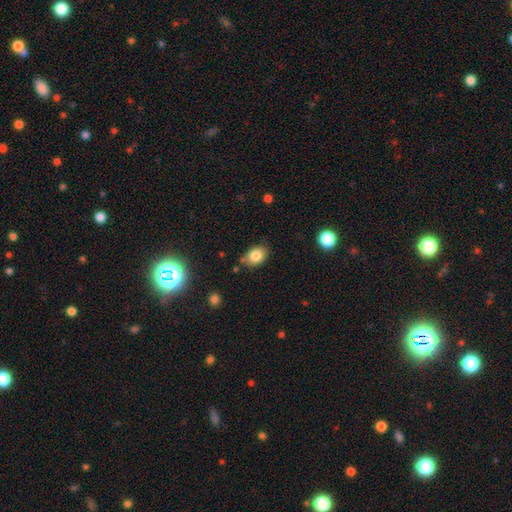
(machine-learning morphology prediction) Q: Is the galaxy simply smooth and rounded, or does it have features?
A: smooth — 82%.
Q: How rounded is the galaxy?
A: in between — 74%.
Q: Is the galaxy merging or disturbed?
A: none — 77%.